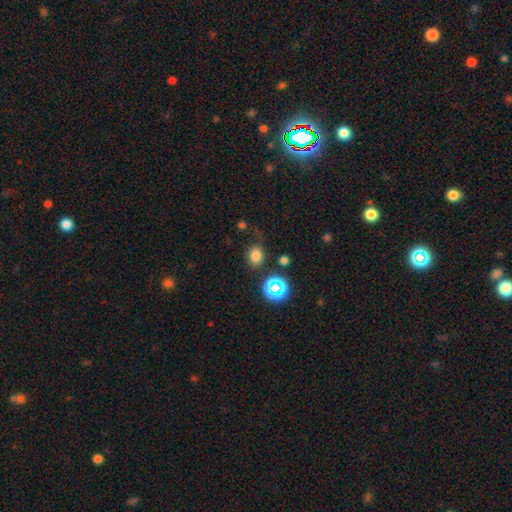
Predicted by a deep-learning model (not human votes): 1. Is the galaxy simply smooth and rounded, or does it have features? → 76% smooth, 18% star or artifact, 6% featured or disk.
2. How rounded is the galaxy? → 50% in between, 49% round, 1% cigar-shaped.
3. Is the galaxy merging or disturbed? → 72% none, 17% minor disturbance, 6% major disturbance, 4% merger.